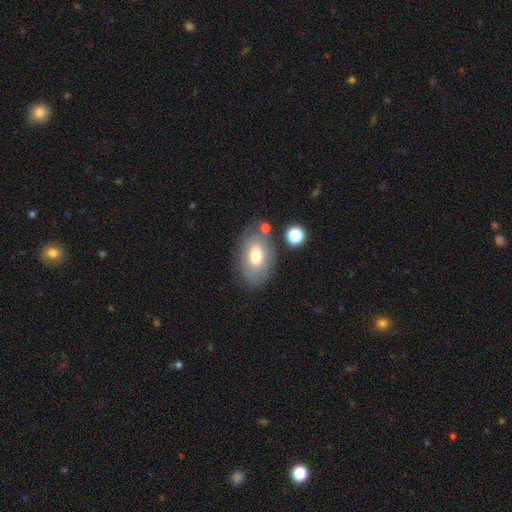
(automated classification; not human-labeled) Smooth or featured?
  - smooth: 70% *
  - featured or disk: 22%
  - star or artifact: 8%
How rounded?
  - in between: 88% *
  - round: 10%
  - cigar-shaped: 2%
Merging?
  - none: 69% *
  - minor disturbance: 16%
  - merger: 8%
  - major disturbance: 6%